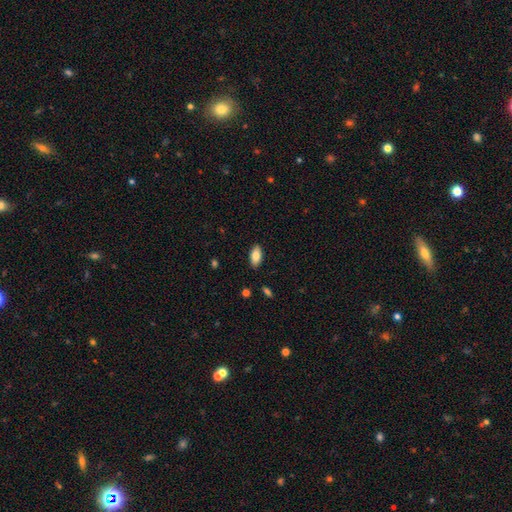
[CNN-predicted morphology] This is likely a smooth galaxy (80%). How rounded: clearly in between (91%). Merging: clearly none (88%).